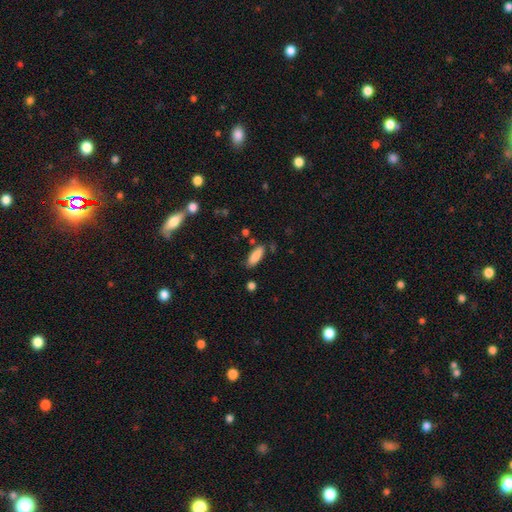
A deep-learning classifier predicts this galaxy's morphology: smooth-or-featured: smooth: 87% | star or artifact: 7% | featured or disk: 6%
  how-rounded: in between: 69% | cigar-shaped: 30% | round: 2%
  merging: none: 80% | minor disturbance: 14% | major disturbance: 3% | merger: 3%